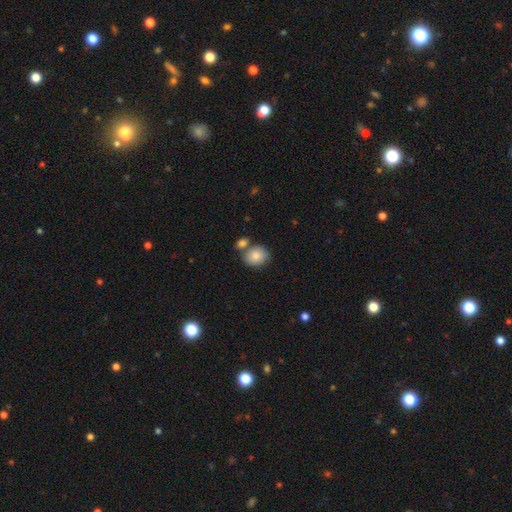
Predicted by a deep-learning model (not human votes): The model was most divided on "how rounded": round: 66%, in between: 33%, cigar-shaped: 1%. More confident: smooth or featured — smooth (85%); merging — none (59%).